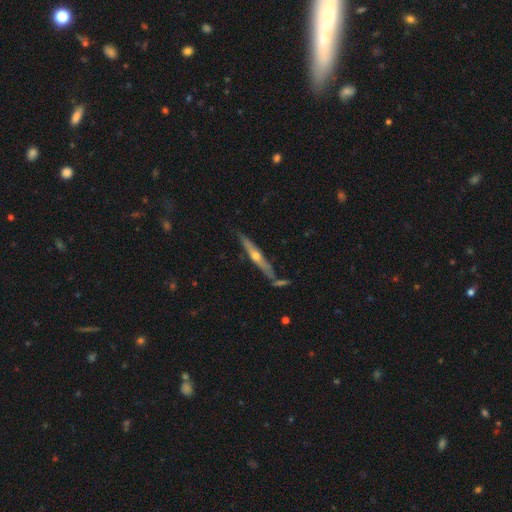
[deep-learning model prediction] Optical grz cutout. It shows a featured or disk galaxy (74%) viewed edge-on (94%) with a rounded central bulge (85%). Merging: none (78%).